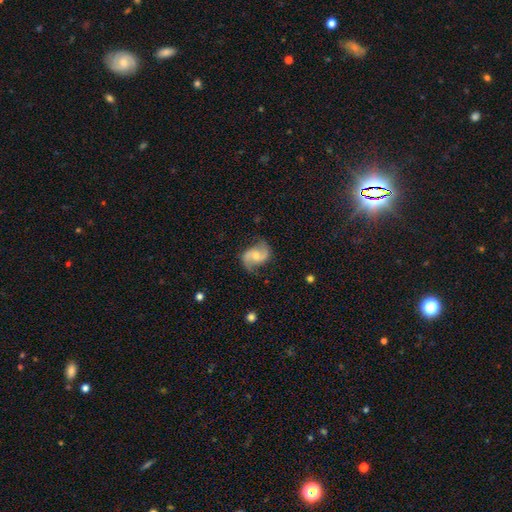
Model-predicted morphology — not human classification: The model was most divided on "spiral winding": loose: 47%, medium: 42%, tight: 11%. Remaining: edge-on disk — no (98%); spiral arms — yes (97%); spiral arm count — 2 (93%); smooth or featured — featured or disk (85%); merging — none (78%); bar — no (51%); bulge size — moderate (48%).